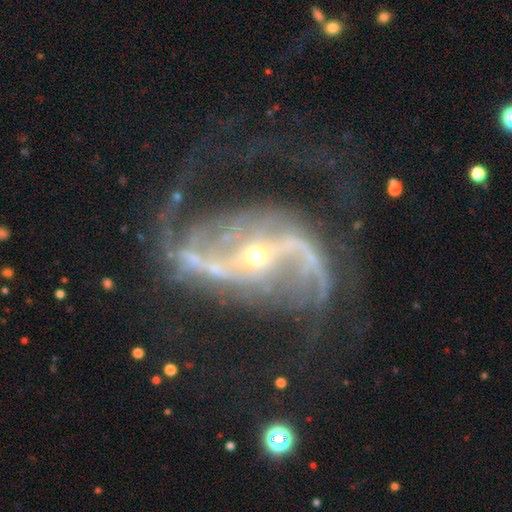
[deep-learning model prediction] smooth-or-featured: featured or disk: 91% | star or artifact: 6% | smooth: 3%
  disk-edge-on: no: 97% | yes: 3%
    bar: strong: 55% | weak: 25% | no: 20%
    has-spiral-arms: yes: 97% | no: 3%
      spiral-winding: loose: 56% | medium: 34% | tight: 9%
      spiral-arm-count: 2: 87% | can't tell: 3% | 3: 3% | 1: 2% | 4: 2% | more than 4: 2%
    bulge-size: small: 74% | moderate: 22% | large: 2% | none: 1% | dominant: 1%
  merging: none: 54% | major disturbance: 25% | minor disturbance: 17% | merger: 4%